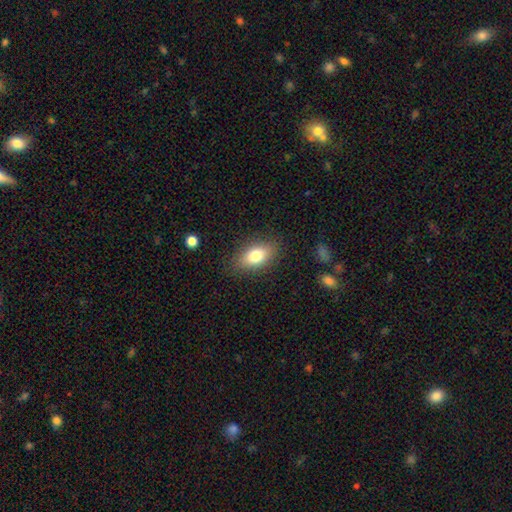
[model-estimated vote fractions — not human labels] Morphology: type=smooth (79%); roundness=in between (88%); merging=none (85%).